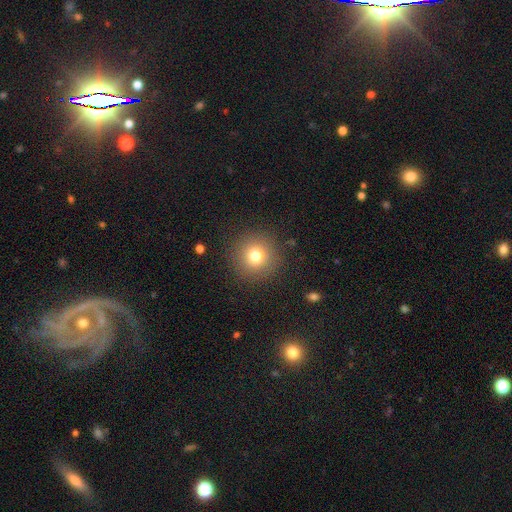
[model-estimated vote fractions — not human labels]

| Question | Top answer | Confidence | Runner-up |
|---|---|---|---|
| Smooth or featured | smooth | 76% | star or artifact (14%) |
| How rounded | round | 95% | in between (4%) |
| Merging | none | 89% | minor disturbance (6%) |